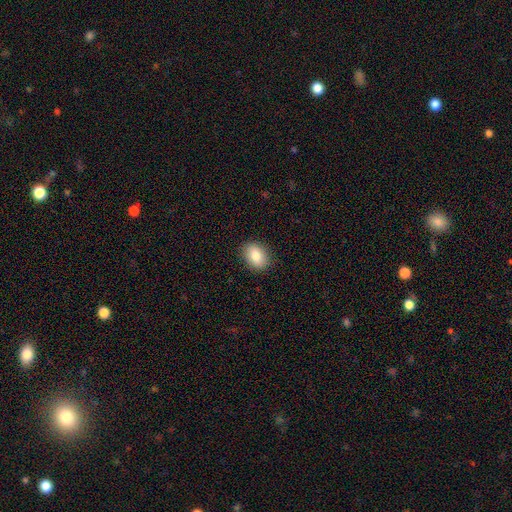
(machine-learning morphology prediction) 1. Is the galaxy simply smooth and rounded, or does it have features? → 82% smooth, 9% featured or disk, 8% star or artifact.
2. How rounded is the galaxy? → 73% in between, 25% round, 1% cigar-shaped.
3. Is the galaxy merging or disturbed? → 88% none, 8% minor disturbance, 2% major disturbance, 1% merger.